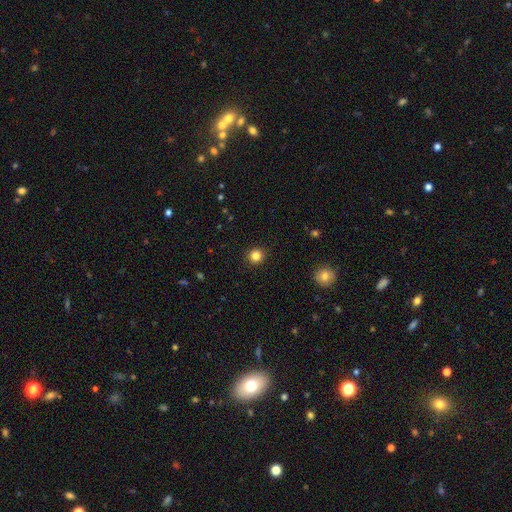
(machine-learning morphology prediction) This appears to be a smooth galaxy with no disk features (84%) that is round (92%). Merging: none (92%).